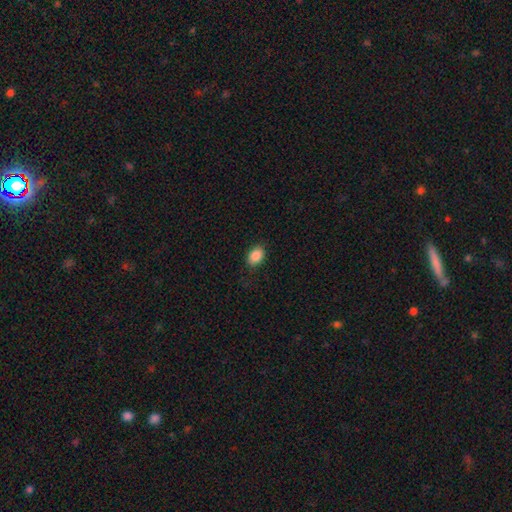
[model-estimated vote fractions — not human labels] Morphology: type=smooth (88%); roundness=in between (79%); merging=none (83%).